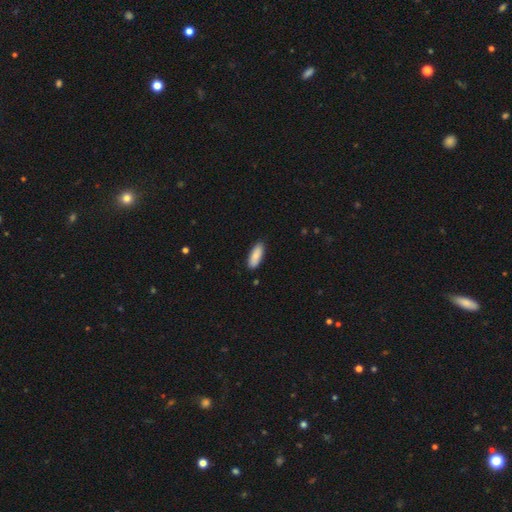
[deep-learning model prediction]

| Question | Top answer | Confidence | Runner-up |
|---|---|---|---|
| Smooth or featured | smooth | 85% | featured or disk (9%) |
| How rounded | in between | 71% | cigar-shaped (28%) |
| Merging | none | 87% | minor disturbance (10%) |